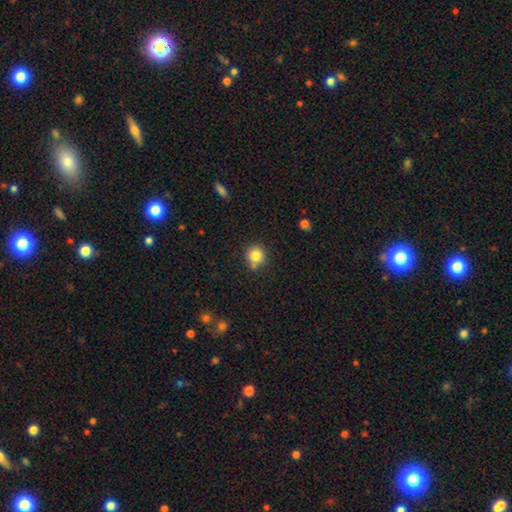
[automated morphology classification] smooth-or-featured: smooth: 82% | star or artifact: 11% | featured or disk: 7%
  how-rounded: round: 90% | in between: 9% | cigar-shaped: 1%
  merging: none: 76% | minor disturbance: 12% | merger: 9% | major disturbance: 3%